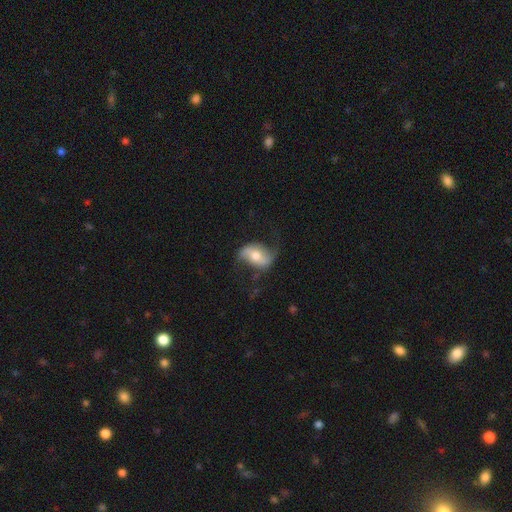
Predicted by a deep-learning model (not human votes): Smooth or featured? Predicted: featured or disk (p=0.66). Edge-on disk? Predicted: no (p=0.93). Bar? Predicted: no (p=0.36). Spiral arms? Predicted: yes (p=0.87). Spiral winding? Predicted: loose (p=0.72). Spiral arm count? Predicted: 2 (p=0.89). Bulge size? Predicted: moderate (p=0.64). Merging? Predicted: none (p=0.64).